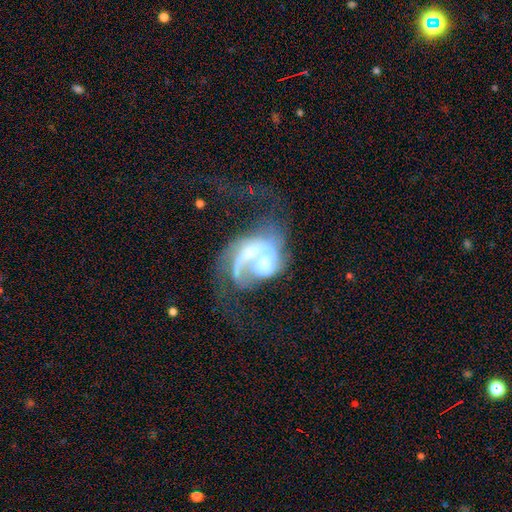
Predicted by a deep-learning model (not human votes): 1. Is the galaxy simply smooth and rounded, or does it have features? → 81% featured or disk, 11% smooth, 8% star or artifact.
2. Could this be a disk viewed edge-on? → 97% no, 3% yes.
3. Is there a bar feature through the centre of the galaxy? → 51% no, 33% weak, 16% strong.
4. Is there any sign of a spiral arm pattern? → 81% yes, 19% no.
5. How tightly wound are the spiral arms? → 48% loose, 36% medium, 17% tight.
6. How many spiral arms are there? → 42% 2, 31% 1, 17% can't tell, 5% 3, 2% 4, 2% more than 4.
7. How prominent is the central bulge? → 49% moderate, 32% small, 9% none, 9% large, 2% dominant.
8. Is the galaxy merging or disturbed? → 49% merger, 27% major disturbance, 16% none, 8% minor disturbance.